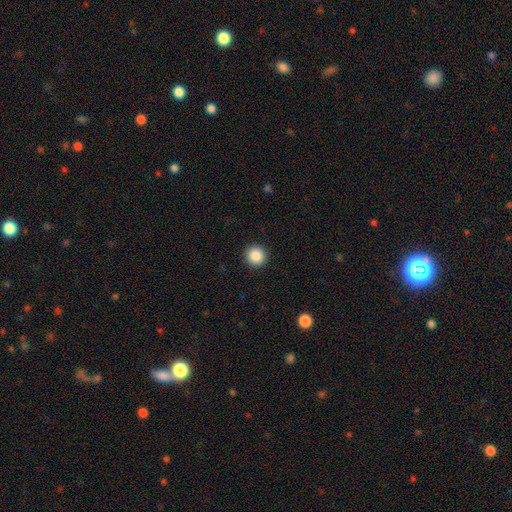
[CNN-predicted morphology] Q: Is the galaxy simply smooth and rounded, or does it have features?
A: smooth — 88%.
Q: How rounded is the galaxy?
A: round — 95%.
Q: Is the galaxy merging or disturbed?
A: none — 93%.